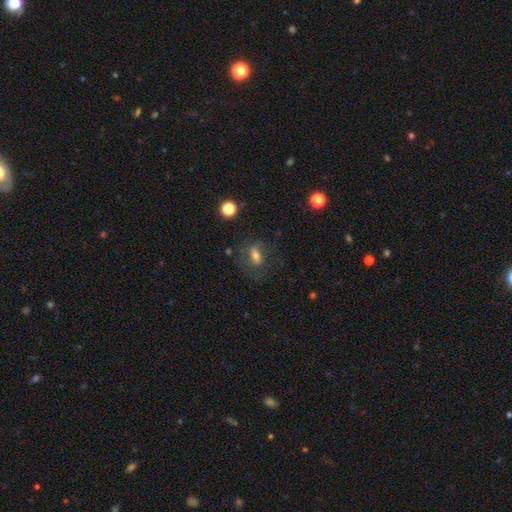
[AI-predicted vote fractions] A smooth galaxy with no disk features (50%) that is in between round and cigar-shaped (69%). Merging: none (57%).